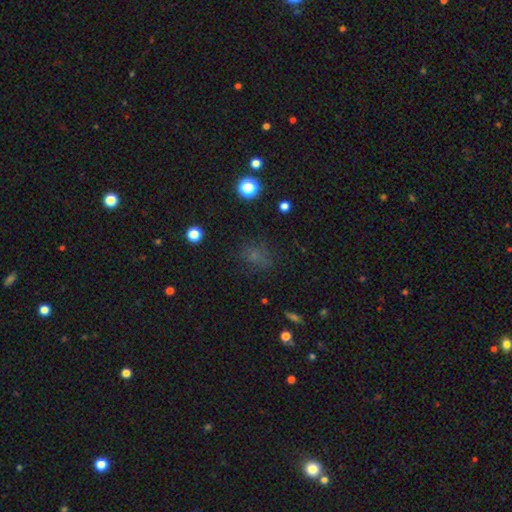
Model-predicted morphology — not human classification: Smooth or featured? Predicted: smooth (p=0.57). How rounded? Predicted: round (p=0.60). Merging? Predicted: none (p=0.68).